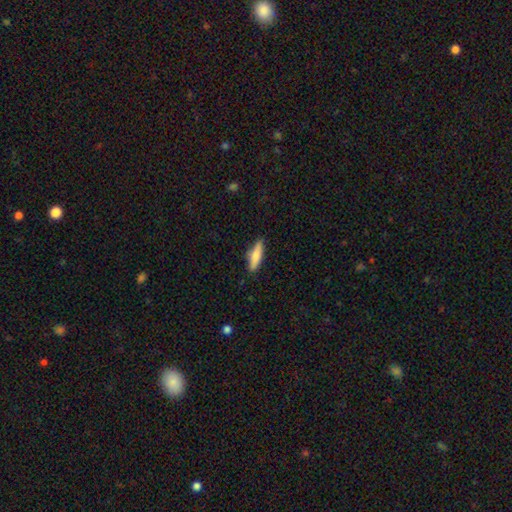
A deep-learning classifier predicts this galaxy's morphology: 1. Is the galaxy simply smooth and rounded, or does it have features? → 76% smooth, 18% featured or disk, 6% star or artifact.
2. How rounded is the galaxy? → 66% cigar-shaped, 32% in between, 2% round.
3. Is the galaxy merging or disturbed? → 86% none, 11% minor disturbance, 2% major disturbance, 1% merger.